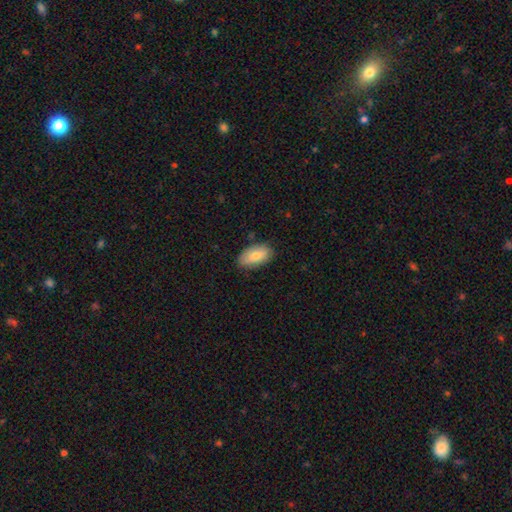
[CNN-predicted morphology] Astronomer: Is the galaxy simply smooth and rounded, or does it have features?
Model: smooth — 78%.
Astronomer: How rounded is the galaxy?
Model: in between — 93%.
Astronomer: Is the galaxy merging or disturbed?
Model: none — 82%.